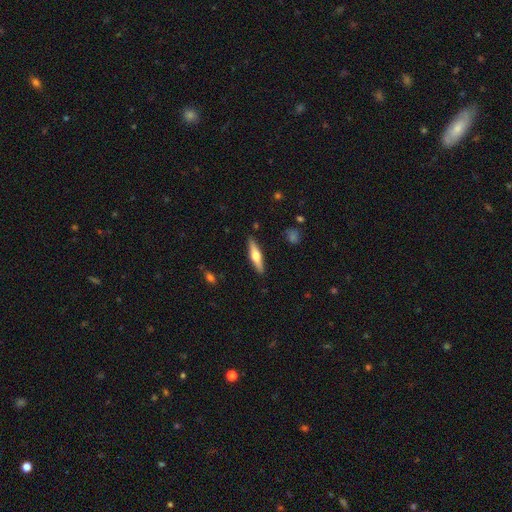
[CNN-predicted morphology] The model was most divided on "smooth or featured": featured or disk: 51%, smooth: 44%, star or artifact: 6%. More confident: edge-on disk — yes (93%); merging — none (89%).